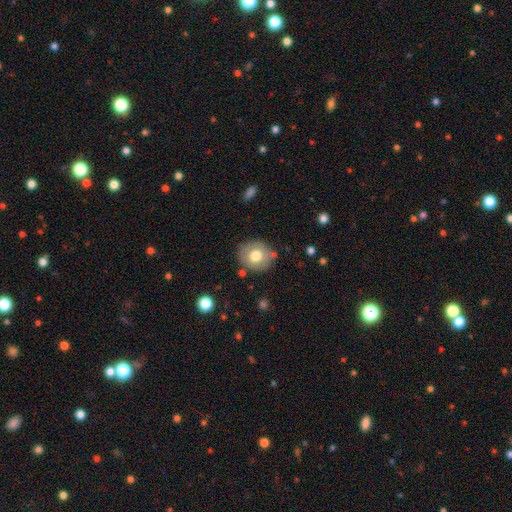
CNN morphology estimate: Smooth or featured: smooth — 69% (featured or disk — 23%)
How rounded: round — 82% (in between — 17%)
Merging: none — 79% (minor disturbance — 13%)